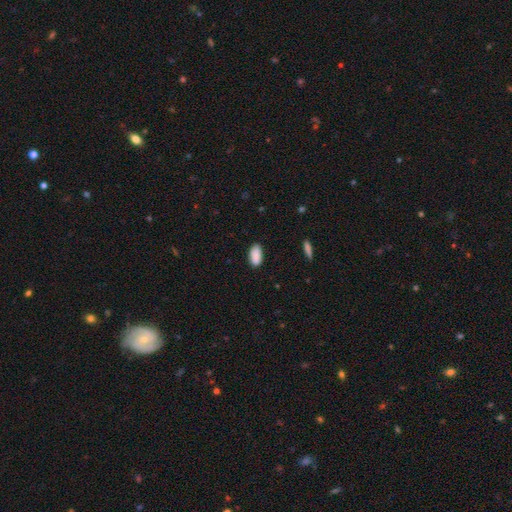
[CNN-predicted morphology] This appears to be a smooth galaxy with no disk features (90%) that is in between round and cigar-shaped (93%). Merging: none (85%).